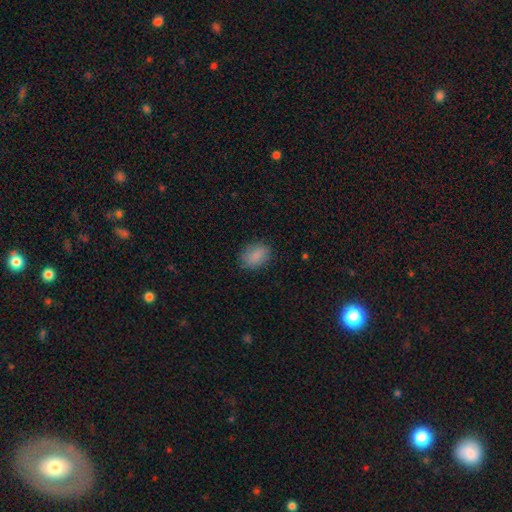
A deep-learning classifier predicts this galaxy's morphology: A smooth galaxy with no disk features (87%) that is in between round and cigar-shaped (69%). Merging: none (82%).